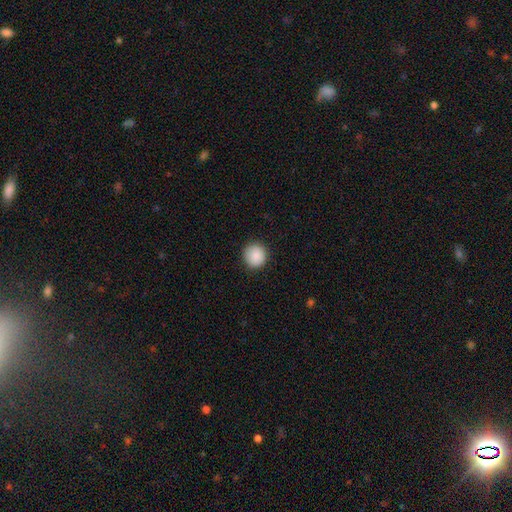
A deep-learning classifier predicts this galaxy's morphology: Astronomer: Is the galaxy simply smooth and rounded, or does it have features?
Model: smooth — 89%.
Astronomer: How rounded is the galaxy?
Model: round — 94%.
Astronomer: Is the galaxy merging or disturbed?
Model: none — 90%.